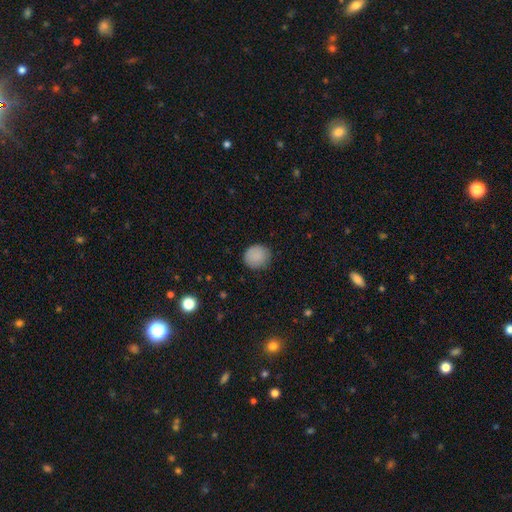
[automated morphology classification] smooth-or-featured: smooth: 87% | star or artifact: 9% | featured or disk: 4%
  how-rounded: round: 85% | in between: 15% | cigar-shaped: 1%
  merging: none: 83% | minor disturbance: 13% | major disturbance: 3% | merger: 1%